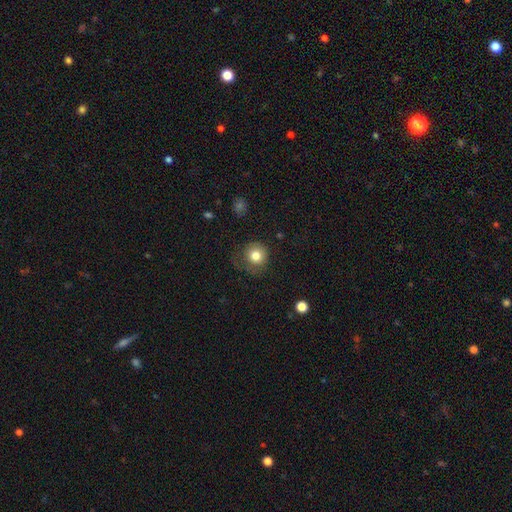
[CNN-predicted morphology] smooth 81%, star or artifact 10%, featured or disk 9%. Down the decision tree: how rounded — round (90%); merging — none (63%).